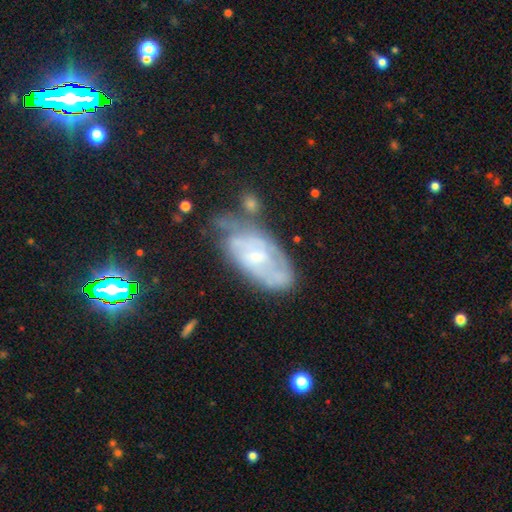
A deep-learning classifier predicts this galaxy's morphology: type=featured or disk (67%); edge-on=no (92%); bar=no (60%); spiral arms=yes (74%); bulge=small (67%); merging=none (47%).